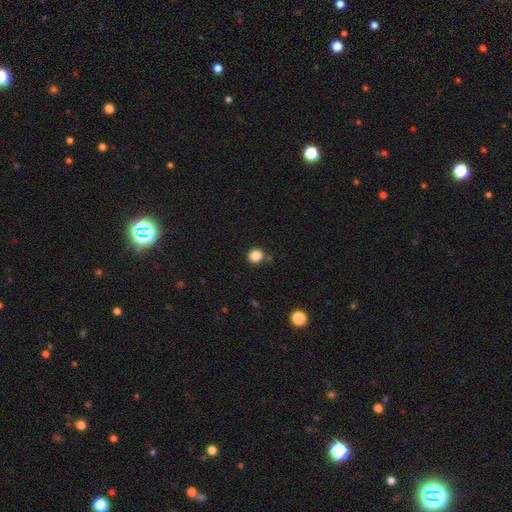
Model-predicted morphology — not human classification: Smooth or featured: smooth — 85% (star or artifact — 11%)
How rounded: round — 87% (in between — 12%)
Merging: none — 84% (minor disturbance — 9%)